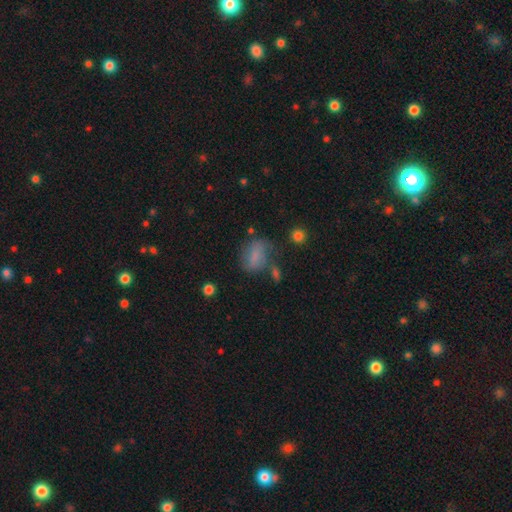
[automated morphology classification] Smooth or featured?
  - smooth: 69% *
  - featured or disk: 19%
  - star or artifact: 12%
How rounded?
  - in between: 70% *
  - round: 28%
  - cigar-shaped: 2%
Merging?
  - none: 50% *
  - minor disturbance: 25%
  - major disturbance: 16%
  - merger: 10%